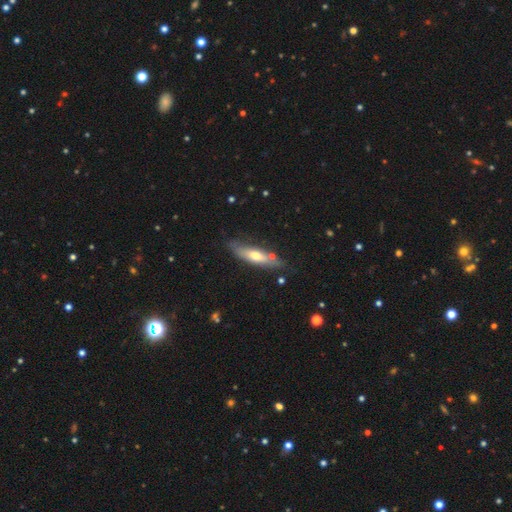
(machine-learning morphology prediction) smooth-or-featured: smooth: 51% | featured or disk: 43% | star or artifact: 6%
  how-rounded: cigar-shaped: 61% | in between: 37% | round: 2%
  merging: none: 72% | minor disturbance: 19% | merger: 5% | major disturbance: 4%